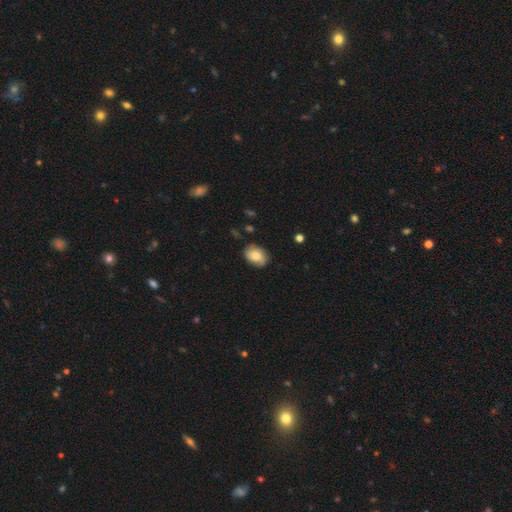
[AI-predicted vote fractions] Smooth or featured: smooth — 71% (featured or disk — 21%)
How rounded: in between — 73% (round — 26%)
Merging: none — 74% (minor disturbance — 21%)